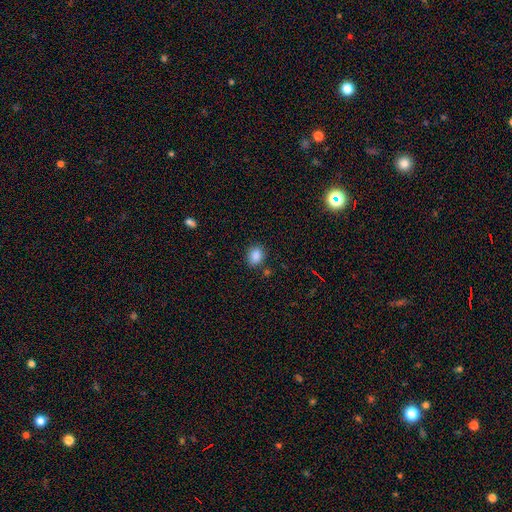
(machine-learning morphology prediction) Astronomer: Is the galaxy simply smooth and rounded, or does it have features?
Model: smooth — 87%.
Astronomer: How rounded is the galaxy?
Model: round — 51% (runner-up: in between, 48%).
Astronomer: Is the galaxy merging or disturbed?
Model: none — 83%.